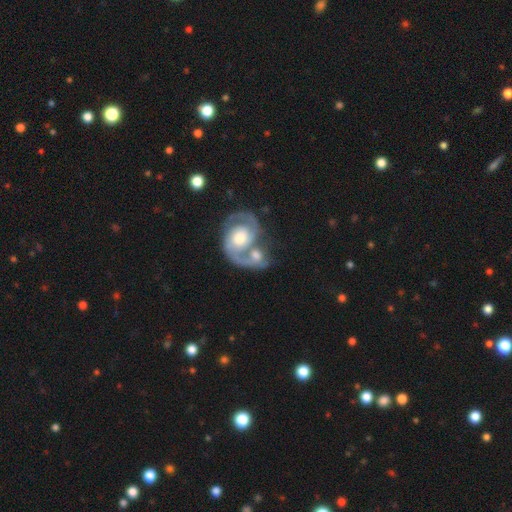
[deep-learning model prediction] The model was most divided on "spiral winding": medium: 48%, tight: 28%, loose: 24%. More confident: edge-on disk — no (97%); spiral arms — yes (89%); spiral arm count — 2 (80%); smooth or featured — featured or disk (76%); bar — no (64%); merging — merger (62%); bulge size — moderate (55%).